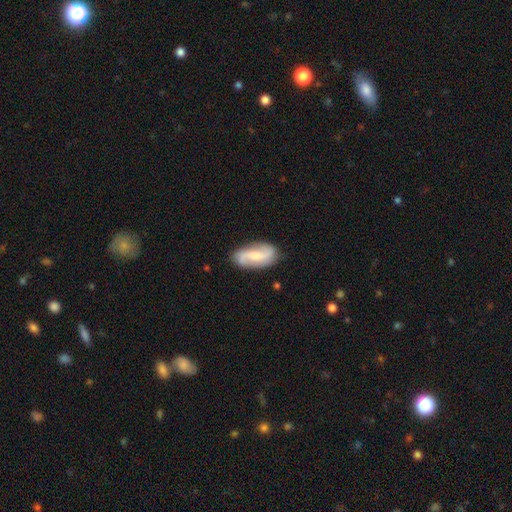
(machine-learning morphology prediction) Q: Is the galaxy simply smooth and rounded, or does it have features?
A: featured or disk — 66%.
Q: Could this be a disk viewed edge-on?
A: no — 95%.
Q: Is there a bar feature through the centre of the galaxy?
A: weak — 44%.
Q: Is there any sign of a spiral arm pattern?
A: yes — 93%.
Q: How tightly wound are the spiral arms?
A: loose — 53%.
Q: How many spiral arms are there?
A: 2 — 87%.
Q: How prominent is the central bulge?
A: small — 49%.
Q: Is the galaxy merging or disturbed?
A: none — 81%.